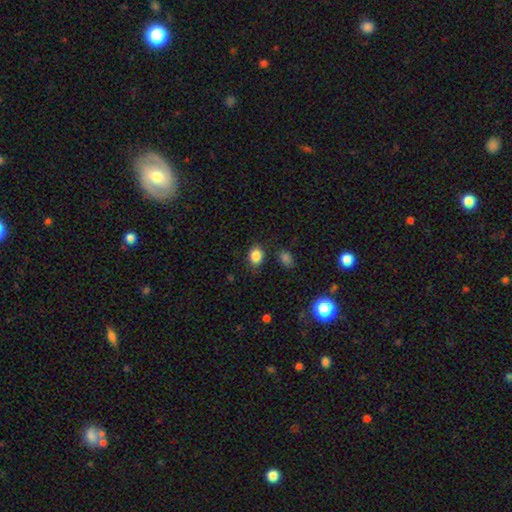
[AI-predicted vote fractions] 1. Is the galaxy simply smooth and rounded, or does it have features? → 86% smooth, 10% star or artifact, 4% featured or disk.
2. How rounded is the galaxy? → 63% in between, 36% round, 1% cigar-shaped.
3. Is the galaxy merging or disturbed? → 80% none, 13% minor disturbance, 4% major disturbance, 3% merger.